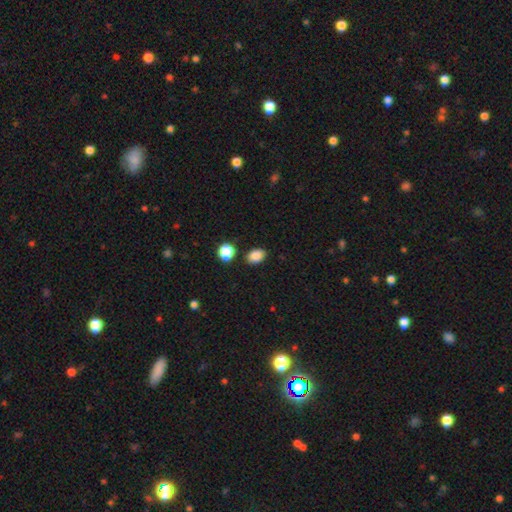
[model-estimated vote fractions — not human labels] smooth-or-featured: smooth: 86% | star or artifact: 10% | featured or disk: 4%
  how-rounded: in between: 78% | round: 21% | cigar-shaped: 1%
  merging: none: 84% | minor disturbance: 9% | merger: 4% | major disturbance: 2%